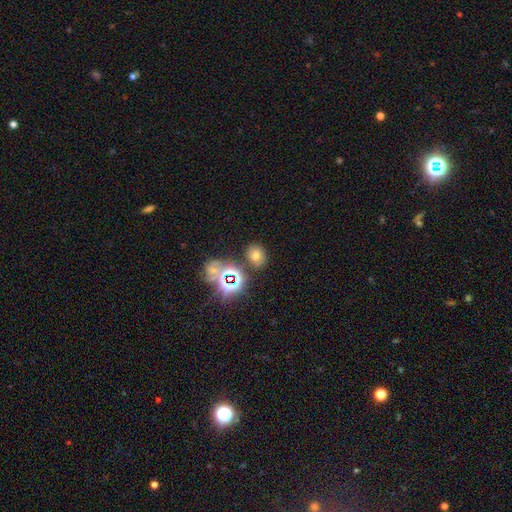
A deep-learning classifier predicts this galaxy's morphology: Overall: smooth (57%; star or artifact 32%). How rounded: round (51%; in between 48%). Merging: none (77%).